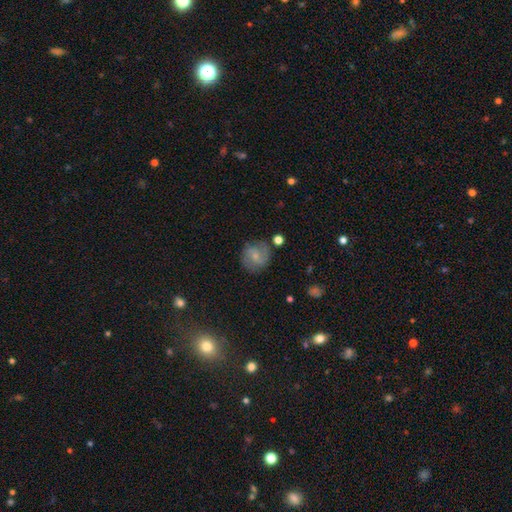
This appears to be a smooth galaxy with no disk features (50%) that is round (85%). Merging: none (87%).